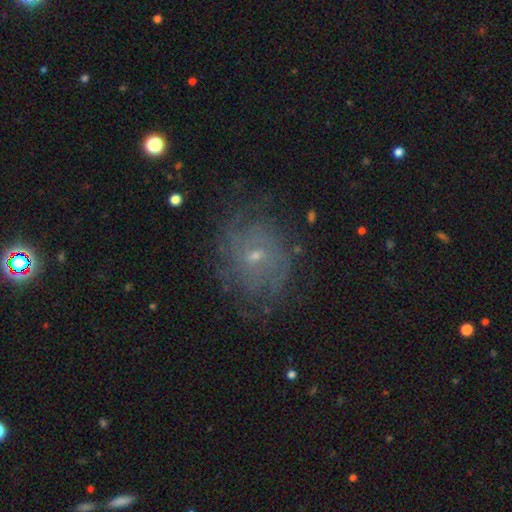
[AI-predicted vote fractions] The model was most divided on "spiral winding": tight: 53%, medium: 33%, loose: 14%. More confident: edge-on disk — no (97%); spiral arms — yes (82%); smooth or featured — featured or disk (71%); merging — none (69%); bulge size — small (69%); bar — no (62%); spiral arm count — can't tell (52%).